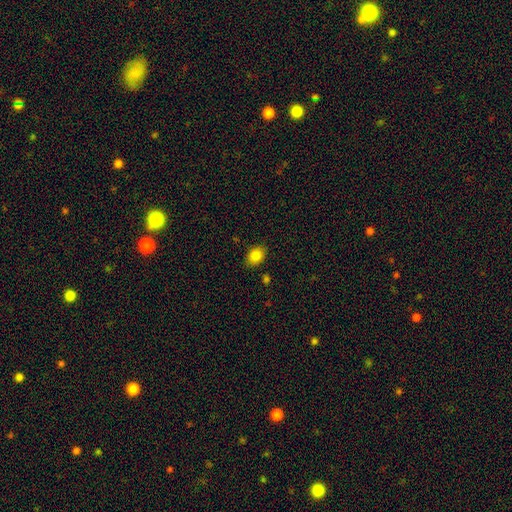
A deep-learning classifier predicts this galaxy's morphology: Smooth or featured? Predicted: smooth (p=0.85). How rounded? Predicted: in between (p=0.76). Merging? Predicted: none (p=0.84).